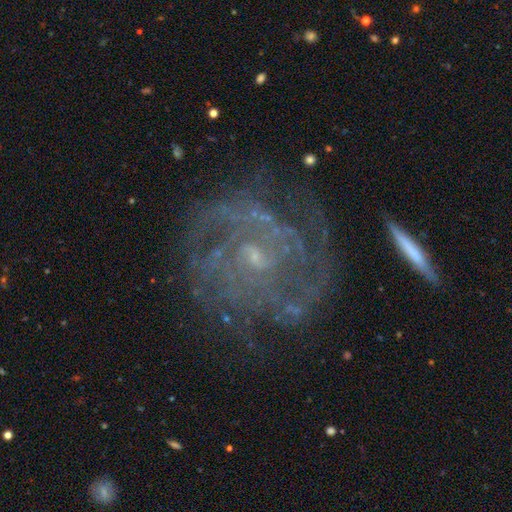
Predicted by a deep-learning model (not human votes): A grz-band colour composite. It shows a featured or disk galaxy (84%) with no bar (59%), tight (62%) spiral arms (93%) and a small central bulge (76%). Merging: none (74%).